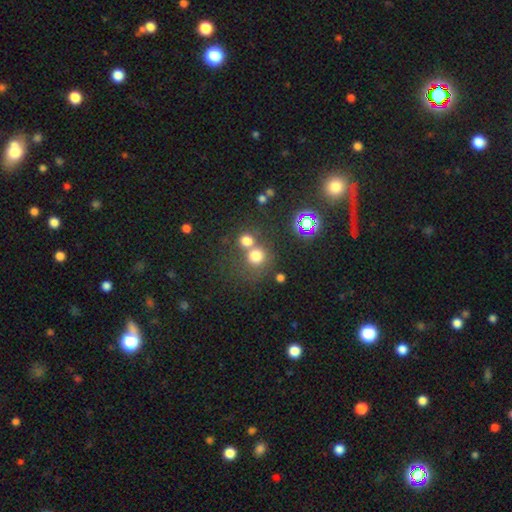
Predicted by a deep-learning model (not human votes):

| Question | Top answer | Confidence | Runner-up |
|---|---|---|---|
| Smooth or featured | smooth | 71% | star or artifact (20%) |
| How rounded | round | 87% | in between (12%) |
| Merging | none | 48% | merger (39%) |